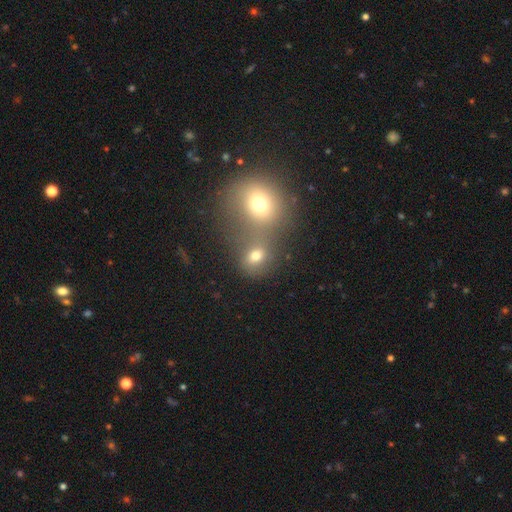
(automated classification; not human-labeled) A smooth galaxy with no disk features (72%) that is round (65%).

Vote fractions:
- Smooth or featured? smooth: 72% / star or artifact: 17% / featured or disk: 11%
- How rounded? round: 65% / in between: 34% / cigar-shaped: 1%
- Merging? merger: 48% / none: 40% / minor disturbance: 7% / major disturbance: 5%